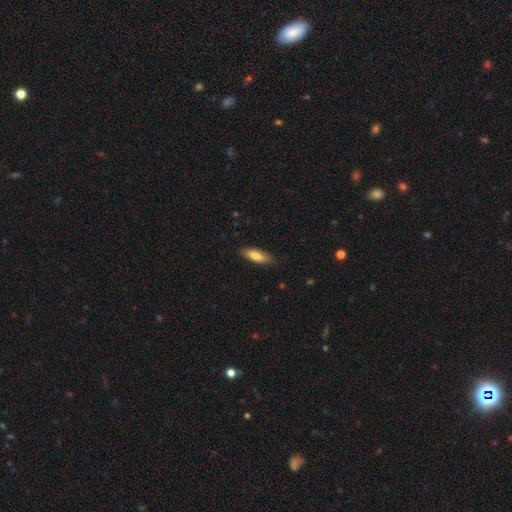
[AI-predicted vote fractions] smooth 79%, featured or disk 15%, star or artifact 6%. Down the decision tree: how rounded — in between (55%); merging — none (83%).